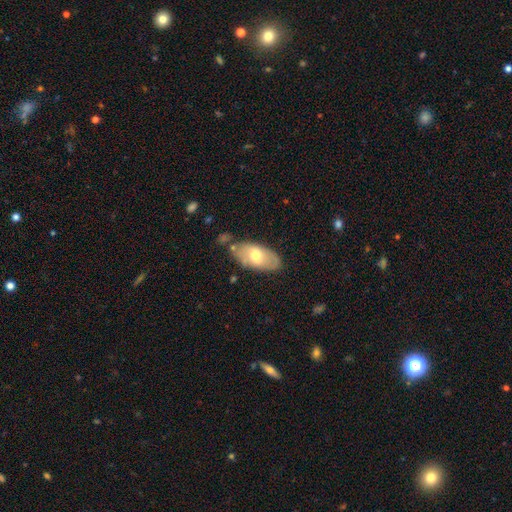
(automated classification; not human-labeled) The model was most divided on "smooth or featured": smooth: 60%, featured or disk: 34%, star or artifact: 6%. More confident: how rounded — in between (93%); merging — none (71%).